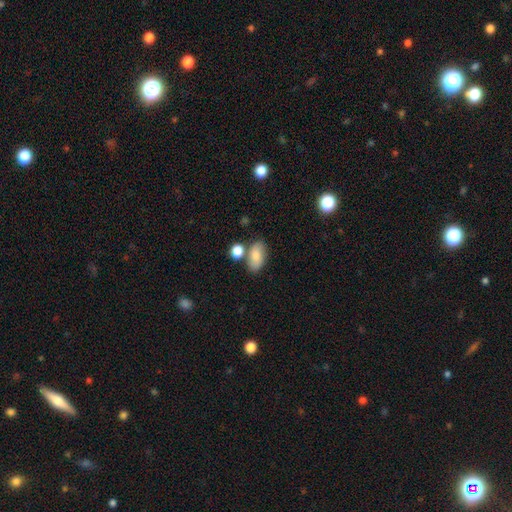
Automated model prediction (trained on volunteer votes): Smooth or featured?
  - smooth: 79% *
  - featured or disk: 13%
  - star or artifact: 8%
How rounded?
  - in between: 88% *
  - round: 9%
  - cigar-shaped: 3%
Merging?
  - none: 61% *
  - merger: 19%
  - minor disturbance: 15%
  - major disturbance: 5%